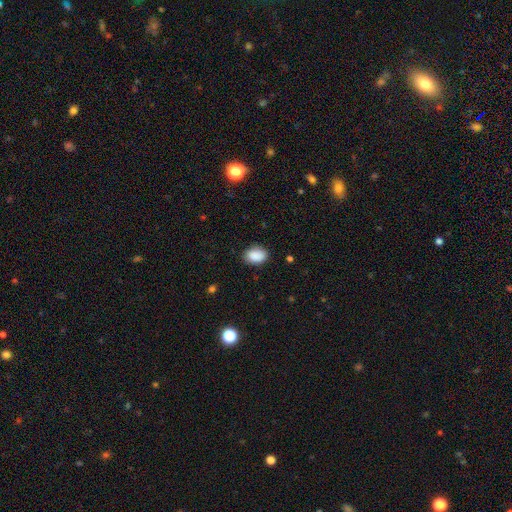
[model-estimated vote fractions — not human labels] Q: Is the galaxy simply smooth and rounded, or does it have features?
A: smooth — 89%.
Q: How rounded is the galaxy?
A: in between — 82%.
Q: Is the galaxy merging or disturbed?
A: none — 84%.